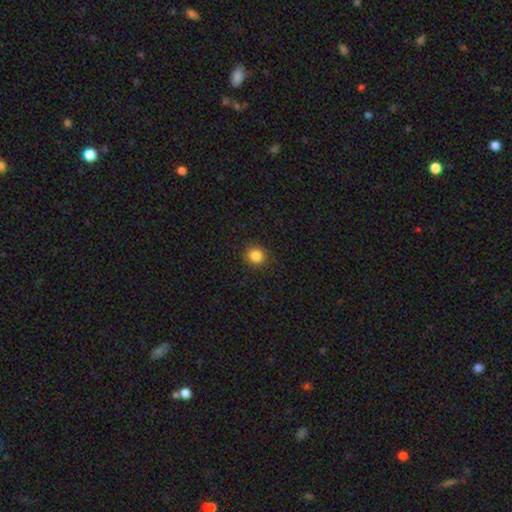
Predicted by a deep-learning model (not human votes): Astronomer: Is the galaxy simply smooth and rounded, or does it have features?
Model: smooth — 85%.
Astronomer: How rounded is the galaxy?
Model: round — 87%.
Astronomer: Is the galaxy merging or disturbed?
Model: none — 91%.